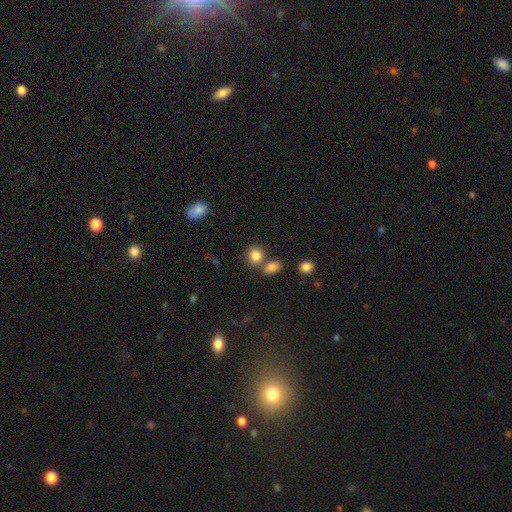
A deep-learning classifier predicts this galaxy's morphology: The model was most divided on "how rounded": round: 62%, in between: 36%, cigar-shaped: 1%. More confident: smooth or featured — smooth (85%); merging — none (59%).